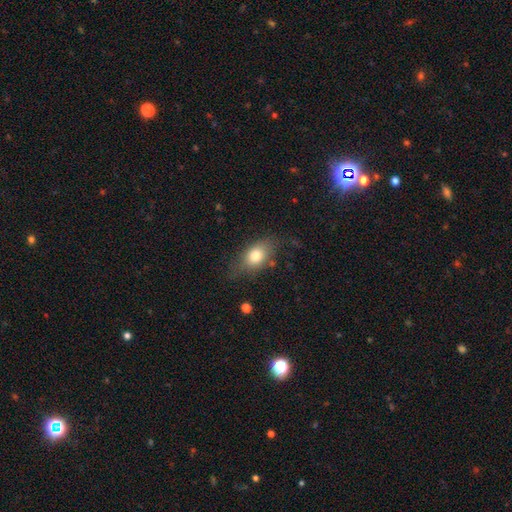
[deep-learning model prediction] Morphology: type=smooth (74%); roundness=in between (74%); merging=none (67%).